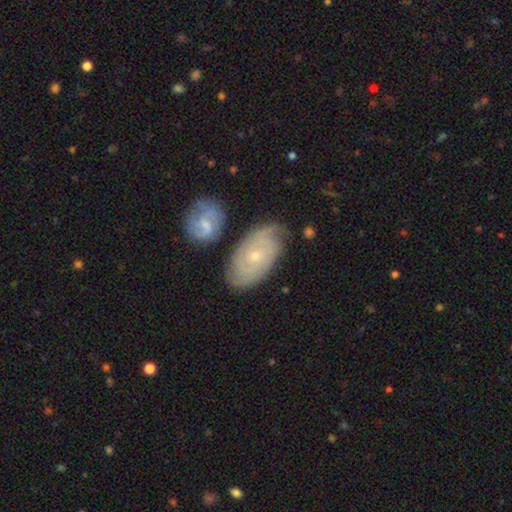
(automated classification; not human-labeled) This appears to be a featured or disk galaxy (68%) with no bar (78%), tight (69%) spiral arms (86%) and a small central bulge (73%). Merging: none (67%).